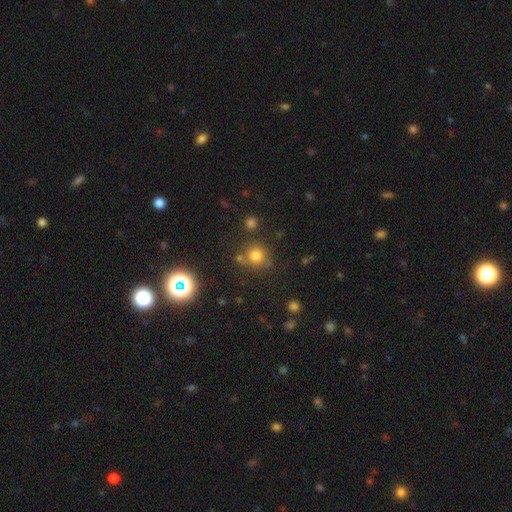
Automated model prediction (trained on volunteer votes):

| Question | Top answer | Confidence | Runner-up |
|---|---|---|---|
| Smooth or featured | smooth | 73% | star or artifact (19%) |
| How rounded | round | 88% | in between (11%) |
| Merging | none | 70% | minor disturbance (13%) |